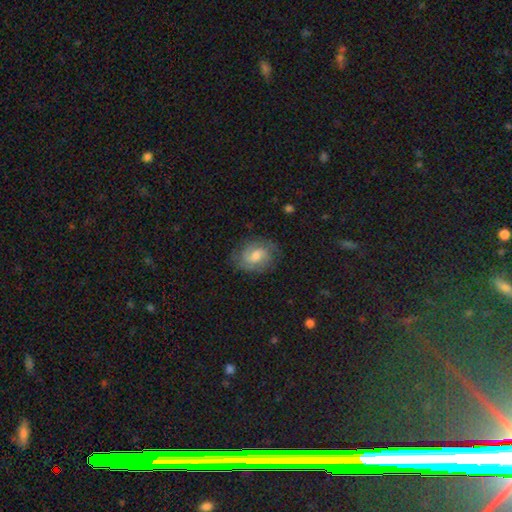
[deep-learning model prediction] Smooth or featured? Predicted: featured or disk (p=0.64). Edge-on disk? Predicted: no (p=0.97). Bar? Predicted: weak (p=0.50). Spiral arms? Predicted: yes (p=0.90). Spiral winding? Predicted: tight (p=0.47). Spiral arm count? Predicted: 2 (p=0.49). Bulge size? Predicted: moderate (p=0.59). Merging? Predicted: none (p=0.76).